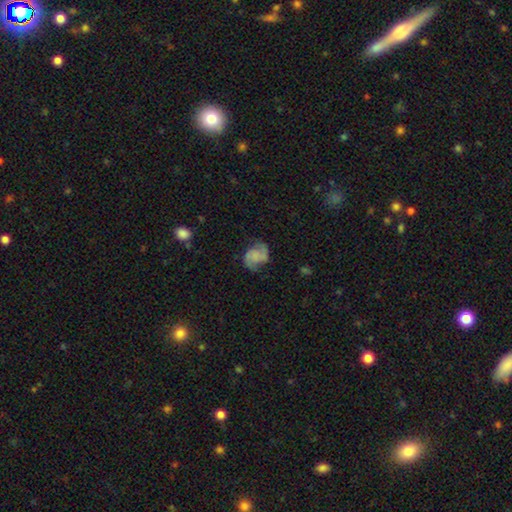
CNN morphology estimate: Q: Smooth or featured?
A: featured or disk (72%); runner-up: smooth (20%)
Q: Edge-on disk?
A: no (98%); runner-up: yes (2%)
Q: Bar?
A: no (62%); runner-up: weak (31%)
Q: Spiral arms?
A: yes (95%); runner-up: no (5%)
Q: Spiral winding?
A: medium (49%); runner-up: loose (31%)
Q: Spiral arm count?
A: 2 (91%); runner-up: can't tell (4%)
Q: Bulge size?
A: none (57%); runner-up: small (22%)
Q: Merging?
A: none (71%); runner-up: minor disturbance (19%)